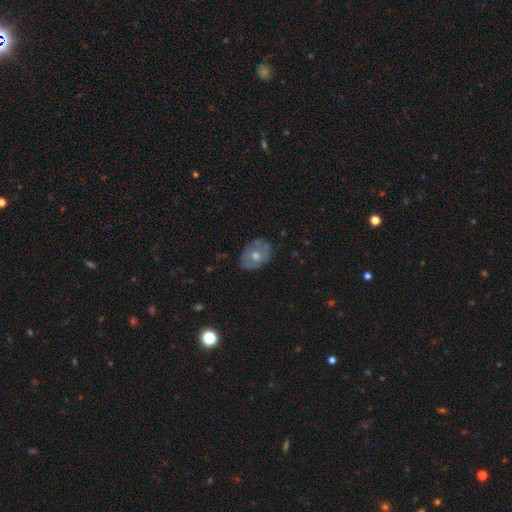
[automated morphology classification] Smooth or featured? Predicted: featured or disk (p=0.49). Merging? Predicted: none (p=0.78).